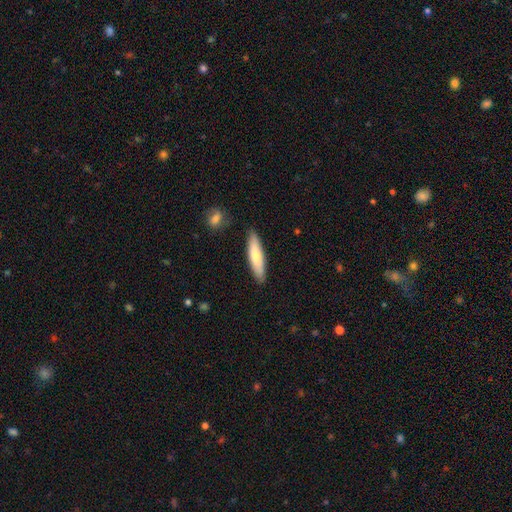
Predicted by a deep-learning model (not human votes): A smooth galaxy with no disk features (71%) that is cigar-shaped (75%).

Vote fractions:
- Smooth or featured? smooth: 71% / featured or disk: 23% / star or artifact: 5%
- How rounded? cigar-shaped: 75% / in between: 24% / round: 1%
- Merging? none: 85% / minor disturbance: 11% / merger: 2% / major disturbance: 2%